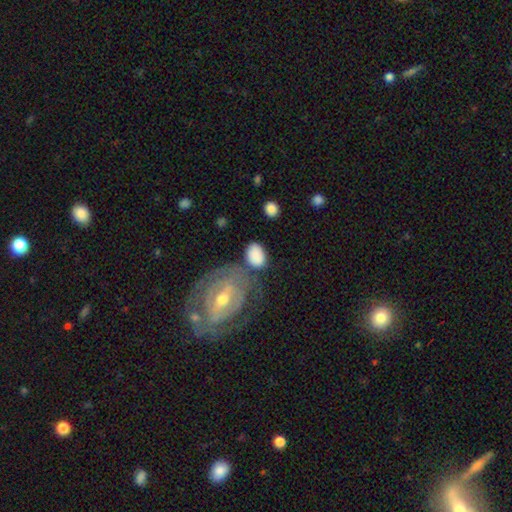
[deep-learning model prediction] Q: Smooth or featured?
A: smooth (81%); runner-up: featured or disk (13%)
Q: How rounded?
A: in between (81%); runner-up: round (17%)
Q: Merging?
A: none (52%); runner-up: minor disturbance (21%)